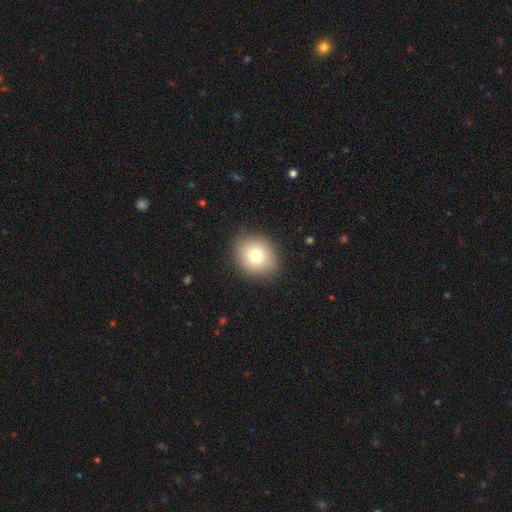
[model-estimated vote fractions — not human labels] smooth_or_featured: smooth (p=0.77) [alt: featured or disk p=0.12]
how_rounded: round (p=0.62) [alt: in between p=0.37]
merging: none (p=0.86) [alt: minor disturbance p=0.10]